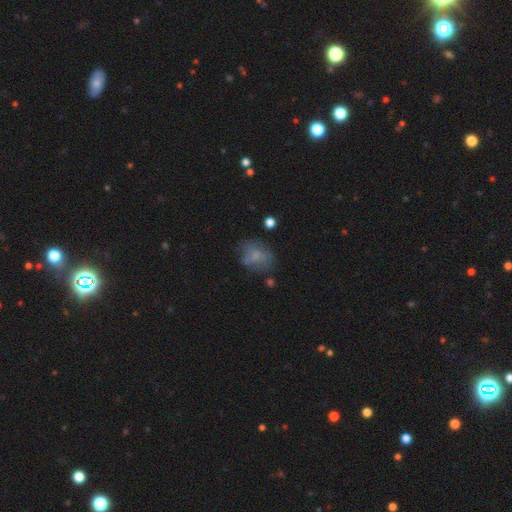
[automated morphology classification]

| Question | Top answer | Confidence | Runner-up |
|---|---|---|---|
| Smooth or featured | smooth | 59% | featured or disk (30%) |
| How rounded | in between | 55% | round (44%) |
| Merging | none | 54% | minor disturbance (25%) |